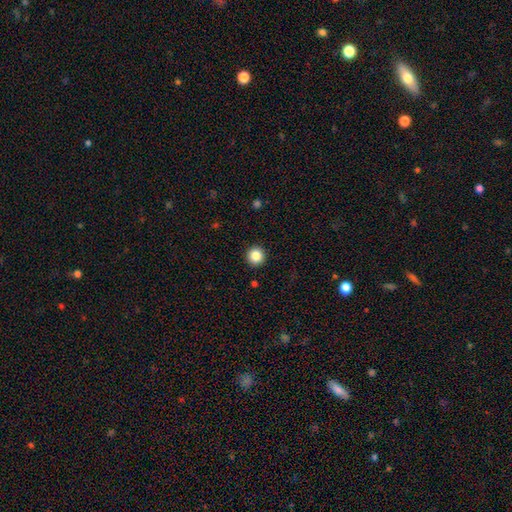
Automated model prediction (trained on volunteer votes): Smooth or featured: smooth — 86% (star or artifact — 10%)
How rounded: round — 96% (in between — 3%)
Merging: none — 93% (minor disturbance — 5%)